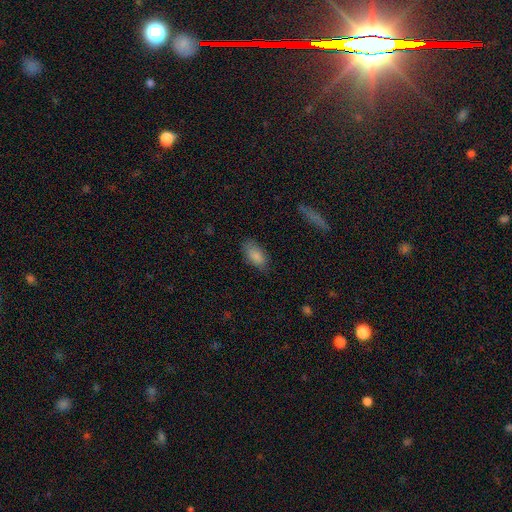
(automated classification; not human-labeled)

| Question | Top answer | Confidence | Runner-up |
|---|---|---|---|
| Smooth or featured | smooth | 85% | featured or disk (7%) |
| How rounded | in between | 89% | cigar-shaped (9%) |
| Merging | none | 78% | minor disturbance (17%) |